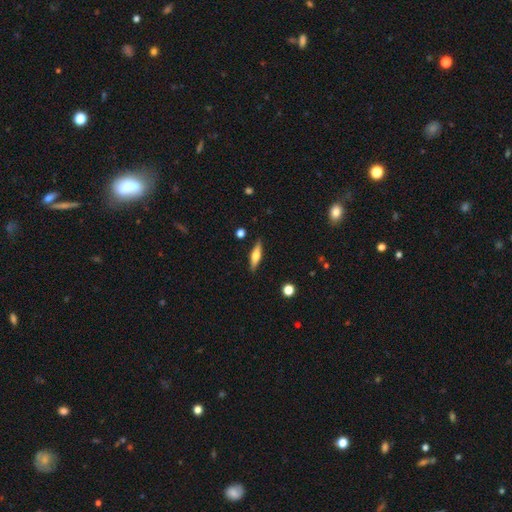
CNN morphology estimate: This is possibly a featured or disk galaxy (49%). Merging: clearly none (88%).